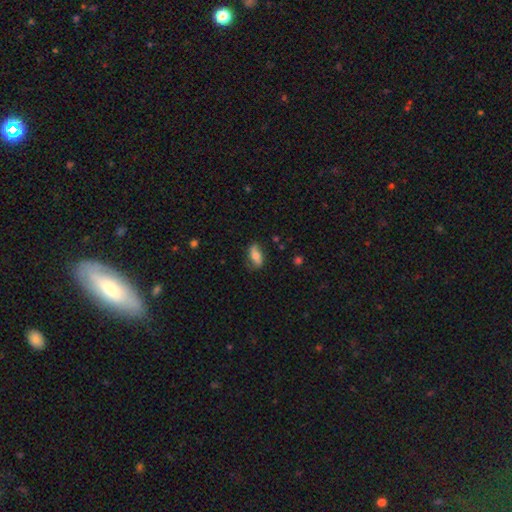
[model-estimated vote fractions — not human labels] smooth-or-featured: smooth: 64% | featured or disk: 29% | star or artifact: 7%
  how-rounded: in between: 84% | cigar-shaped: 12% | round: 5%
  merging: none: 71% | minor disturbance: 22% | major disturbance: 5% | merger: 2%